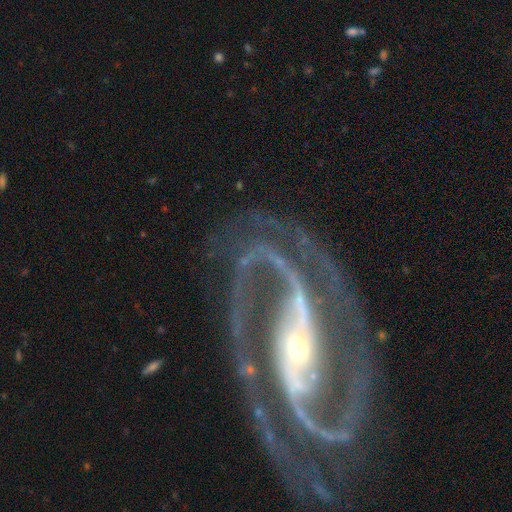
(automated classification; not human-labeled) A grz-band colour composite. It shows a featured or disk galaxy (93%) with a strong bar (61%), 2 (86%) medium (58%) spiral arms (98%) and a small central bulge (68%). Merging: none (73%).